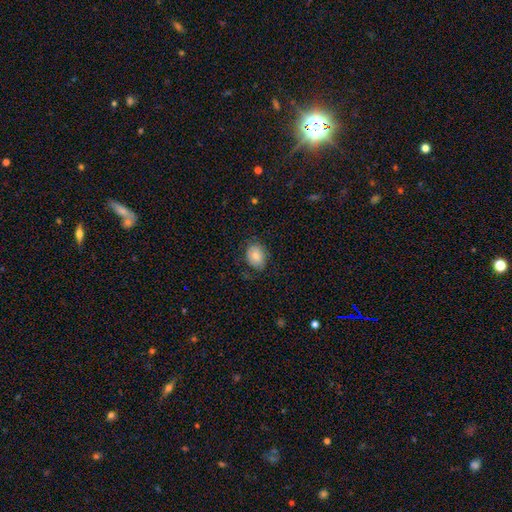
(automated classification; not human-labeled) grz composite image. It shows a smooth galaxy with no disk features (80%) that is in between round and cigar-shaped (65%). Merging: none (75%).